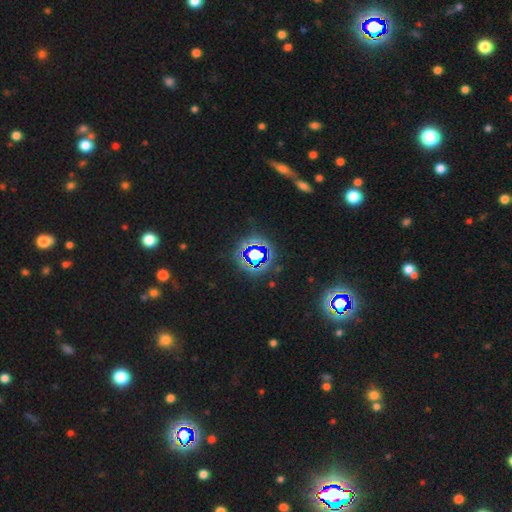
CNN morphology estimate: This appears to be a star or artifact, not a galaxy (73%).